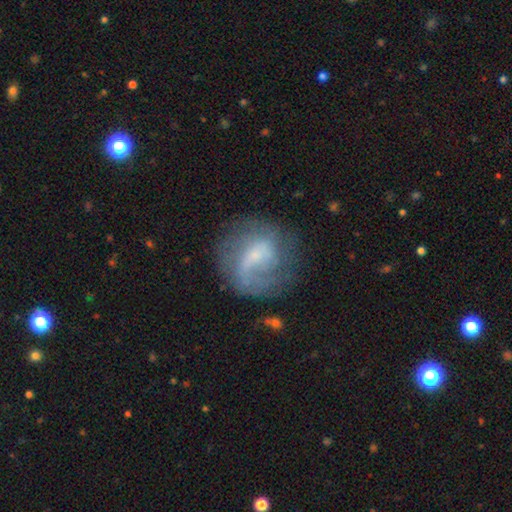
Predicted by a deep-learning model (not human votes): smooth-or-featured: featured or disk: 64% | smooth: 28% | star or artifact: 9%
  disk-edge-on: no: 97% | yes: 3%
    bar: weak: 45% | no: 41% | strong: 15%
    has-spiral-arms: yes: 78% | no: 22%
    bulge-size: small: 56% | moderate: 20% | none: 17% | large: 4% | dominant: 2%
  merging: none: 56% | major disturbance: 22% | minor disturbance: 19% | merger: 3%